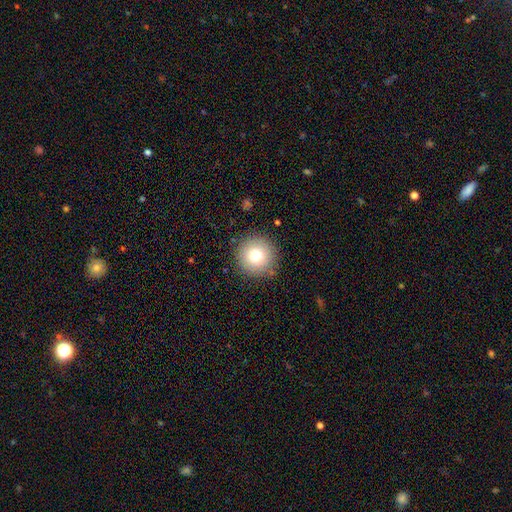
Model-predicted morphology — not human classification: Overall: smooth (75%). How rounded: round (96%). Merging: none (89%).